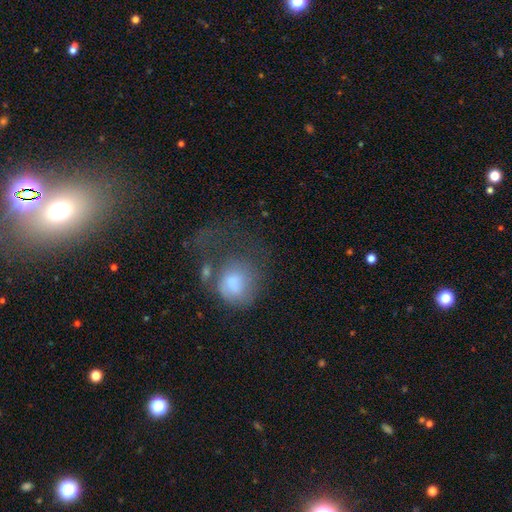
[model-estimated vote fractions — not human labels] A smooth galaxy with no disk features (51%) that is round (71%). Merging: major disturbance (36%).